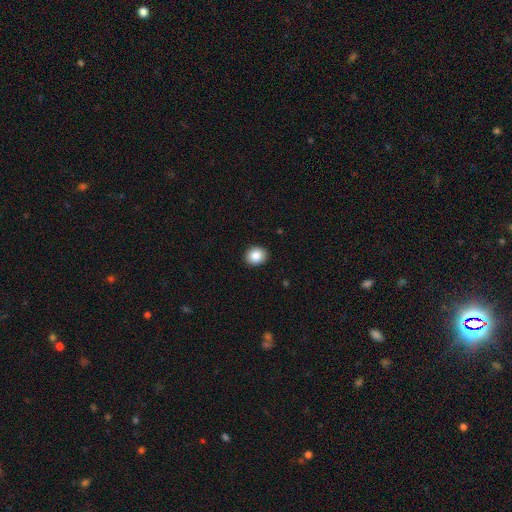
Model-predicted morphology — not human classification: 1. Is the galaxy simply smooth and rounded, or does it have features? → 87% smooth, 9% star or artifact, 5% featured or disk.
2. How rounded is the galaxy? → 66% round, 34% in between, 1% cigar-shaped.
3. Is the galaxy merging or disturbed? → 91% none, 6% minor disturbance, 2% major disturbance, 1% merger.